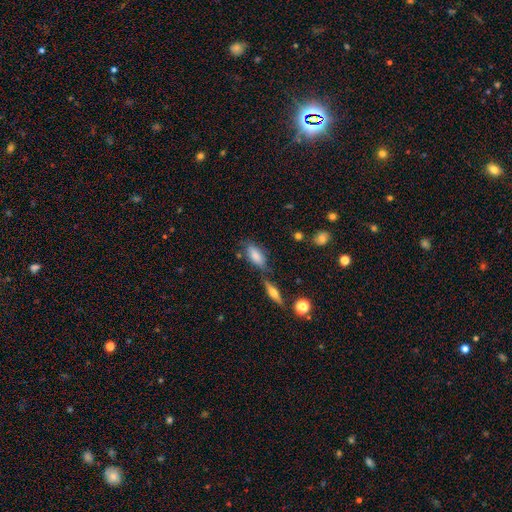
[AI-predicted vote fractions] smooth-or-featured: smooth: 77% | featured or disk: 15% | star or artifact: 8%
  how-rounded: in between: 79% | cigar-shaped: 18% | round: 3%
  merging: none: 61% | minor disturbance: 20% | merger: 14% | major disturbance: 6%